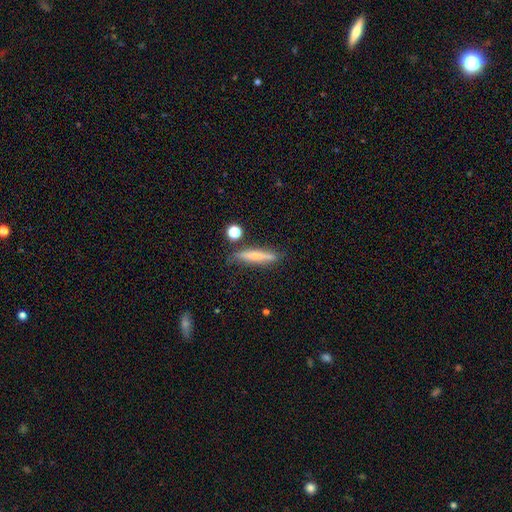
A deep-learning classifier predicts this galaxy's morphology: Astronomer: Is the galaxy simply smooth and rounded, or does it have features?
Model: smooth — 57% (runner-up: featured or disk, 35%).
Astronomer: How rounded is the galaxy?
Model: cigar-shaped — 88%.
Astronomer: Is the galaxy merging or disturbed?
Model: none — 76%.